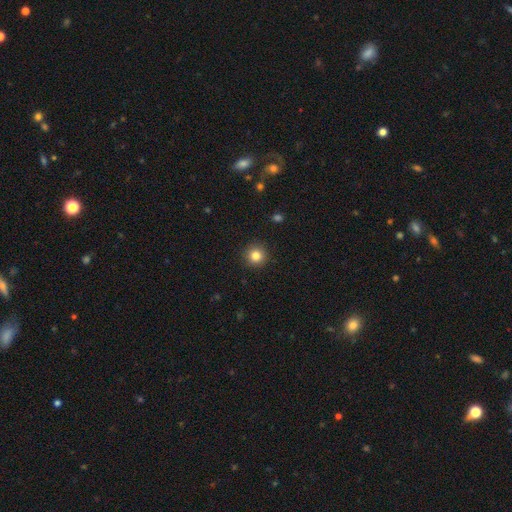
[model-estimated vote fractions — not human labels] Smooth or featured: smooth — 83% (star or artifact — 12%)
How rounded: round — 95% (in between — 4%)
Merging: none — 93% (minor disturbance — 5%)